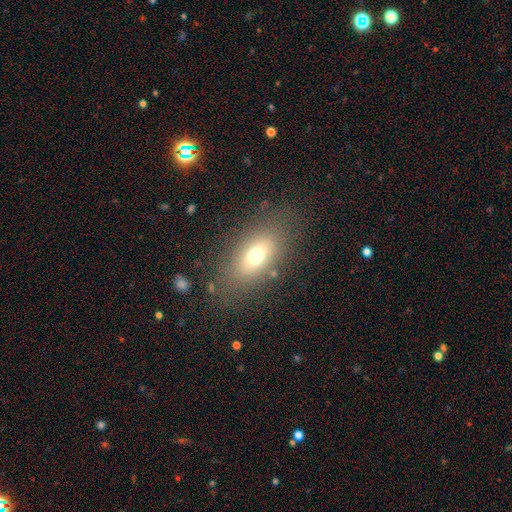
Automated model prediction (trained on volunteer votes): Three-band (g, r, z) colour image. It shows a smooth galaxy with no disk features (68%) that is in between round and cigar-shaped (82%). Merging: none (78%).